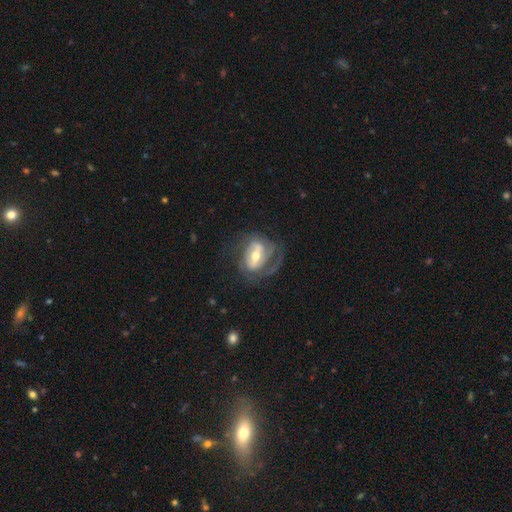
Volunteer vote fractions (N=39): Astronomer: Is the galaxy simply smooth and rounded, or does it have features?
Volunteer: featured or disk — 92%.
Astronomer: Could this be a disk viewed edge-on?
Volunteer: no — 97%.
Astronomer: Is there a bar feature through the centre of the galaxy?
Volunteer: strong — 49% (runner-up: weak, 29%).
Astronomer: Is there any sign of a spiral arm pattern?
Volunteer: yes — 94%.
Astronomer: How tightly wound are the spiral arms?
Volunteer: medium — 52% (runner-up: tight, 33%).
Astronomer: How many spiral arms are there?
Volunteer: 2 — 45% (runner-up: can't tell, 33%).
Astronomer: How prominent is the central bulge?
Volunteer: moderate — 57%.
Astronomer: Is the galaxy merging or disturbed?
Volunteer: none — 66%.